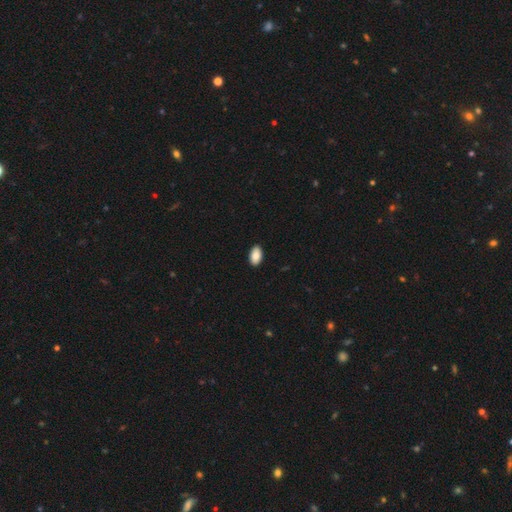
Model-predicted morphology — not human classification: A smooth galaxy with no disk features (84%) that is in between round and cigar-shaped (94%). Merging: none (90%).